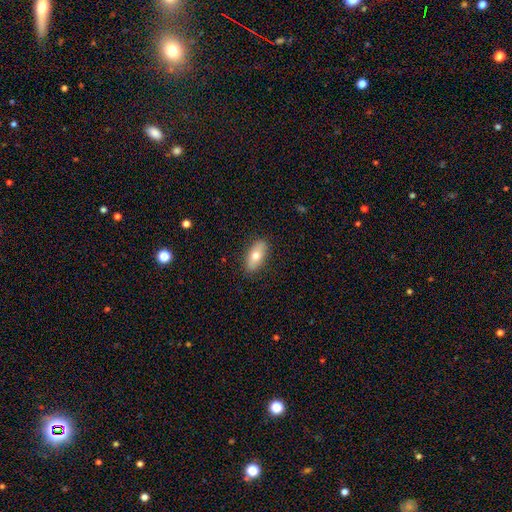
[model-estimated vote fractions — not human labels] This appears to be a smooth galaxy with no disk features (71%) that is in between round and cigar-shaped (82%). Merging: none (88%).